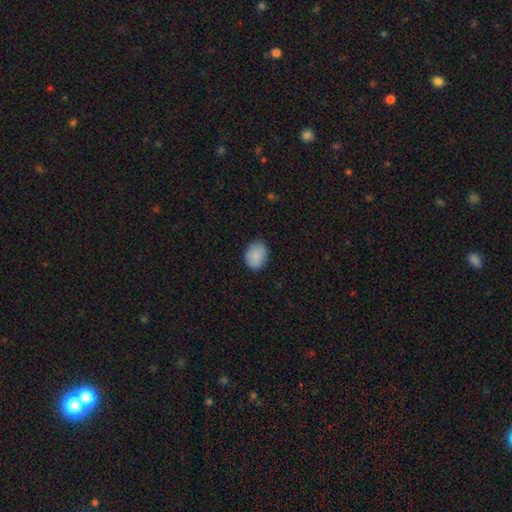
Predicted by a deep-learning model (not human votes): smooth 88%, star or artifact 7%, featured or disk 5%. Down the decision tree: how rounded — in between (61%); merging — none (85%).